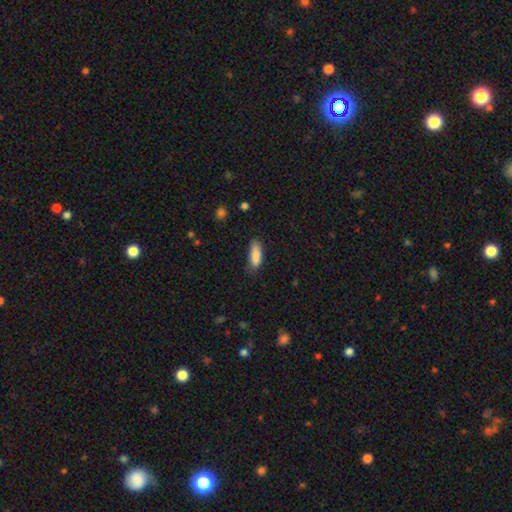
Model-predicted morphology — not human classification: This appears to be a smooth galaxy with no disk features (87%) that is in between round and cigar-shaped (62%). Merging: none (75%).